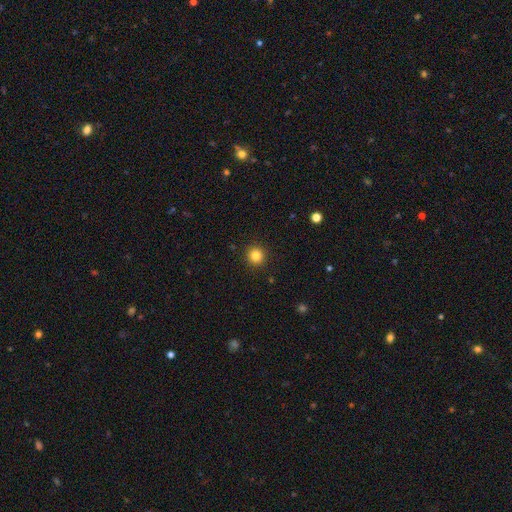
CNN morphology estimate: smooth-or-featured: smooth: 83% | star or artifact: 12% | featured or disk: 5%
  how-rounded: round: 95% | in between: 4% | cigar-shaped: 1%
  merging: none: 93% | minor disturbance: 5% | major disturbance: 2% | merger: 1%